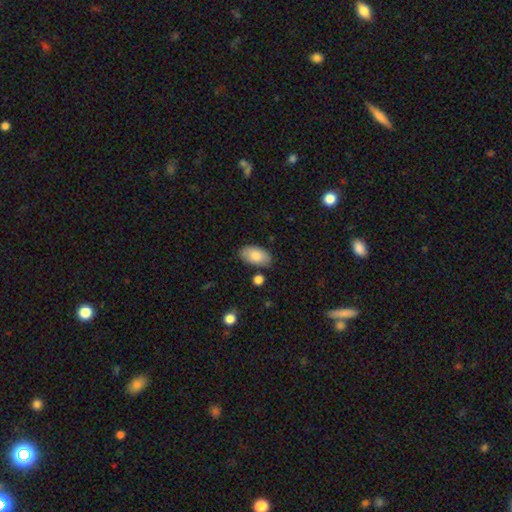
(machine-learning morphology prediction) A smooth galaxy with no disk features (83%) that is in between round and cigar-shaped (95%).

Vote fractions:
- Smooth or featured? smooth: 83% / featured or disk: 11% / star or artifact: 6%
- How rounded? in between: 95% / round: 4% / cigar-shaped: 2%
- Merging? none: 81% / minor disturbance: 13% / merger: 3% / major disturbance: 3%